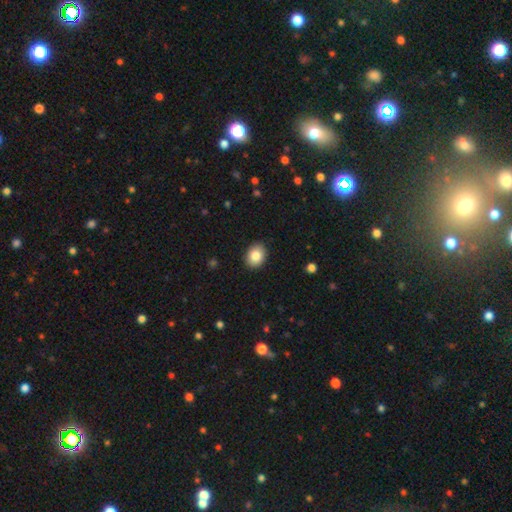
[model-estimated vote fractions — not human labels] A smooth galaxy with no disk features (85%) that is in between round and cigar-shaped (59%). Merging: none (90%).